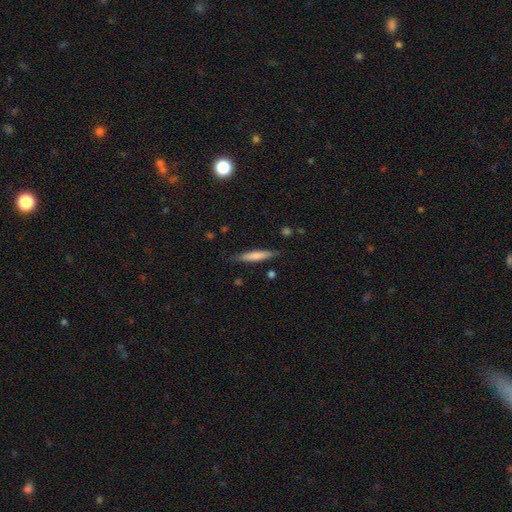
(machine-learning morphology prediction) This is likely a smooth galaxy (73%). How rounded: clearly cigar-shaped (89%). Merging: clearly none (82%).